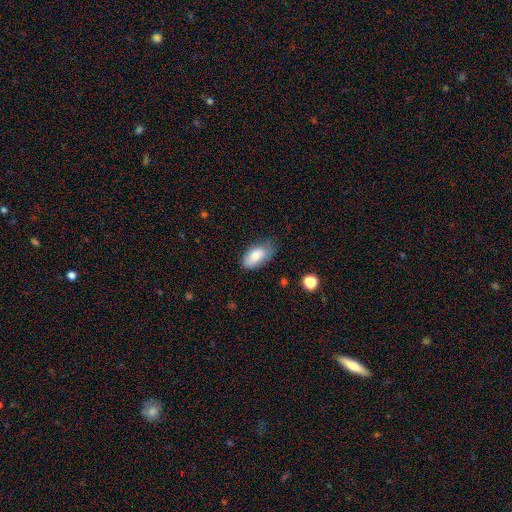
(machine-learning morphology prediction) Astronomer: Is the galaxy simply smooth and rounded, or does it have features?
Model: smooth — 80%.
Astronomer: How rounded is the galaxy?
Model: in between — 93%.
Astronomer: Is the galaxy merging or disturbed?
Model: none — 59%.